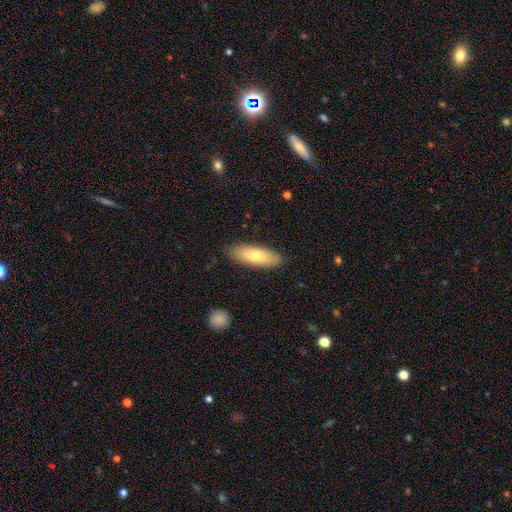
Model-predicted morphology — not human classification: Q: Smooth or featured?
A: smooth (75%); runner-up: featured or disk (19%)
Q: How rounded?
A: in between (58%); runner-up: cigar-shaped (40%)
Q: Merging?
A: none (87%); runner-up: minor disturbance (10%)